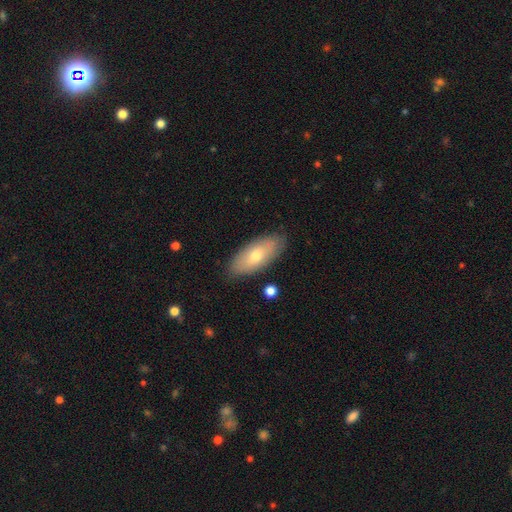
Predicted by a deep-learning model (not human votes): This is likely a smooth galaxy (65%). How rounded: clearly in between (82%). Merging: clearly none (86%).